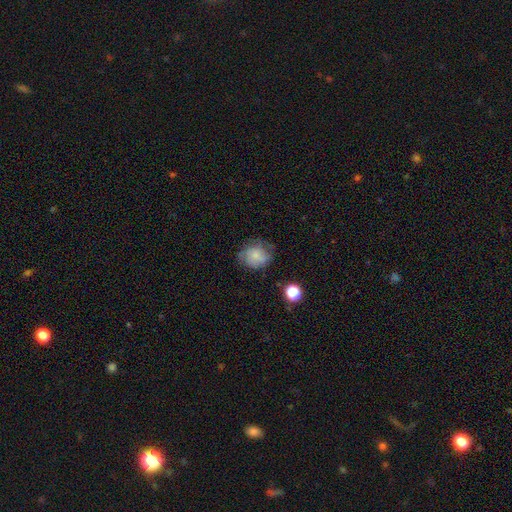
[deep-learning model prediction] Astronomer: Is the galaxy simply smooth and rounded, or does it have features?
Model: smooth — 63%.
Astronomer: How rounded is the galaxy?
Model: round — 66%.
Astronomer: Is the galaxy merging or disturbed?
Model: none — 60%.